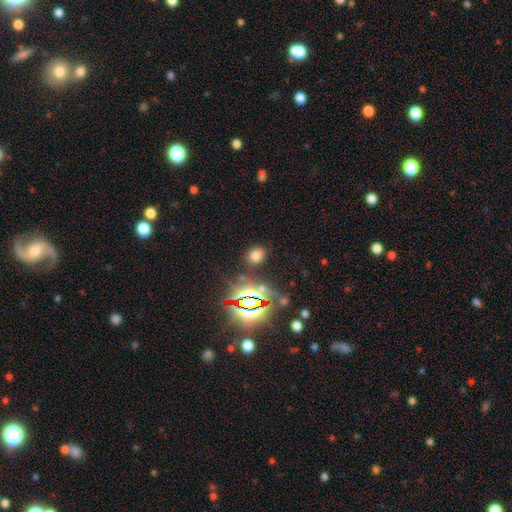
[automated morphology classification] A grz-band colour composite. It shows a smooth galaxy with no disk features (65%) that is round (53%). Merging: none (82%).